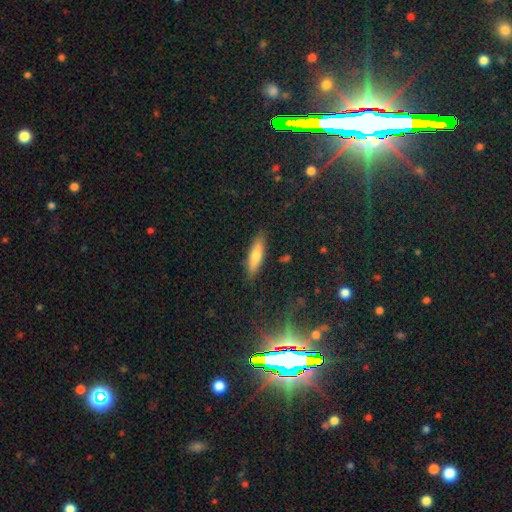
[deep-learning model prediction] Overall: smooth (63%; featured or disk 24%). How rounded: cigar-shaped (70%). Merging: none (87%).